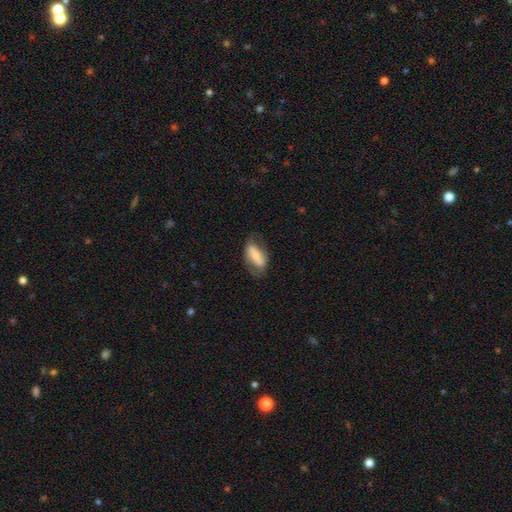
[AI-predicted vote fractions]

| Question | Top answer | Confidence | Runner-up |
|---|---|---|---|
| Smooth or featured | smooth | 50% | featured or disk (44%) |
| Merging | none | 61% | minor disturbance (25%) |